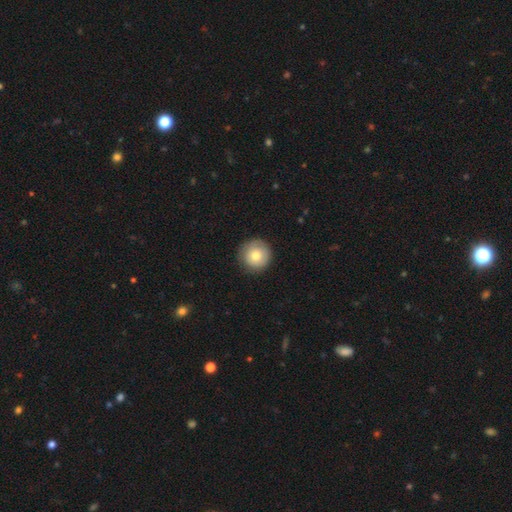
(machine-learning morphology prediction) smooth 76%, featured or disk 16%, star or artifact 8%. Down the decision tree: how rounded — round (96%); merging — none (87%).